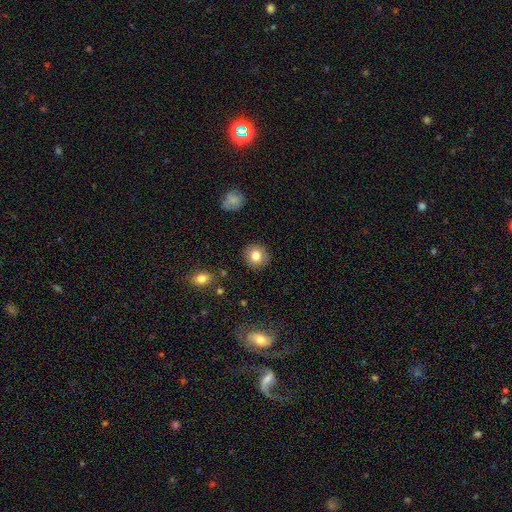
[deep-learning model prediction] Q: Smooth or featured?
A: smooth (81%); runner-up: featured or disk (10%)
Q: How rounded?
A: round (86%); runner-up: in between (13%)
Q: Merging?
A: none (89%); runner-up: minor disturbance (7%)